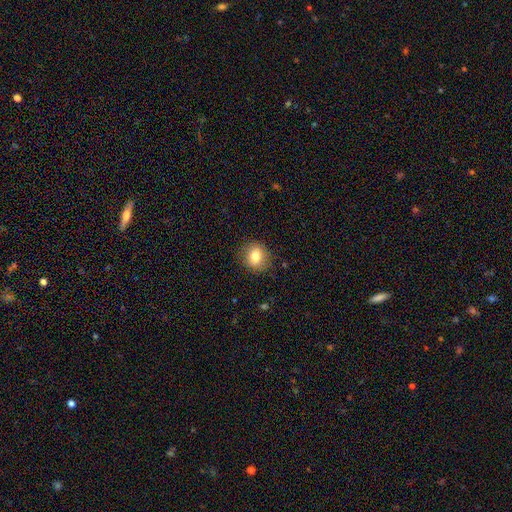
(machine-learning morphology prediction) This is likely a smooth galaxy (78%). How rounded: likely round (80%). Merging: clearly none (86%).